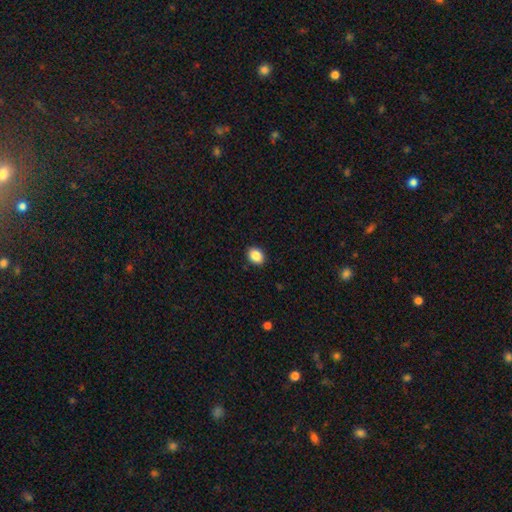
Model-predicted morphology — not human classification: This appears to be a smooth galaxy with no disk features (88%) that is in between round and cigar-shaped (64%). Merging: none (91%).